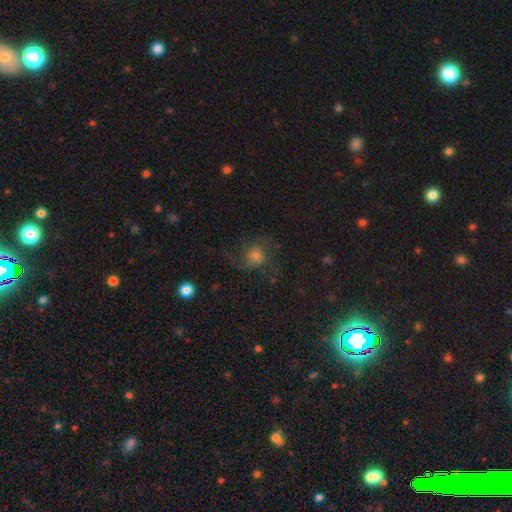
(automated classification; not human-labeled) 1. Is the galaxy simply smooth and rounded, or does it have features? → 43% featured or disk, 41% smooth, 16% star or artifact.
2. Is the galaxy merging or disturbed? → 60% none, 20% major disturbance, 18% minor disturbance, 2% merger.